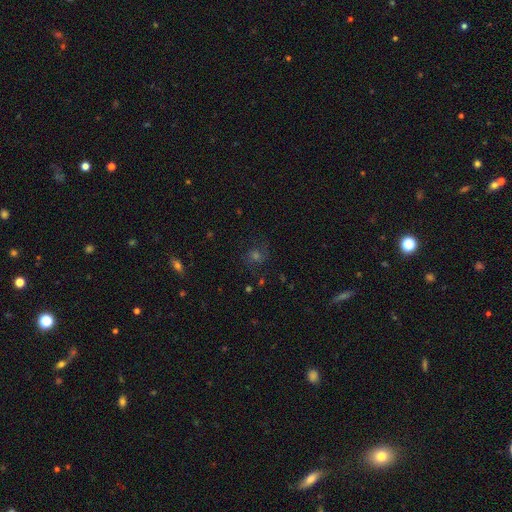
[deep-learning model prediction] Overall: featured or disk (35%; star or artifact 34%). Merging: none (76%).